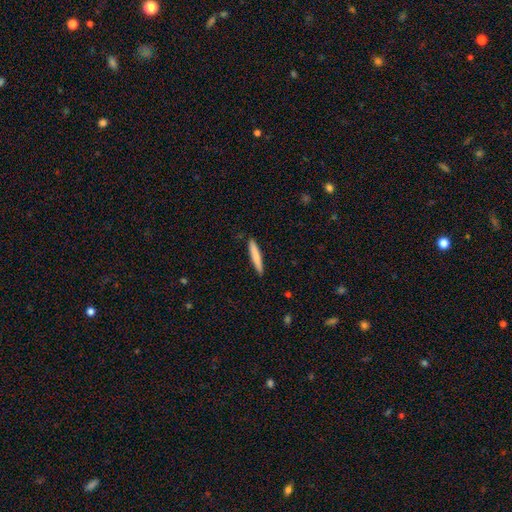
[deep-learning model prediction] A smooth galaxy with no disk features (77%) that is cigar-shaped (95%).

Vote fractions:
- Smooth or featured? smooth: 77% / featured or disk: 18% / star or artifact: 5%
- How rounded? cigar-shaped: 95% / in between: 4% / round: 1%
- Merging? none: 91% / minor disturbance: 7% / major disturbance: 1% / merger: 1%